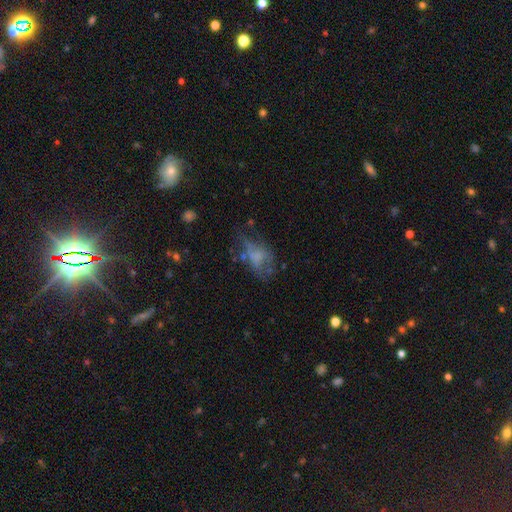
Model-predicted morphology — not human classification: The model was most divided on "merging": major disturbance: 35%, none: 33%, minor disturbance: 25%, merger: 7%. Remaining: smooth or featured — smooth (45%).